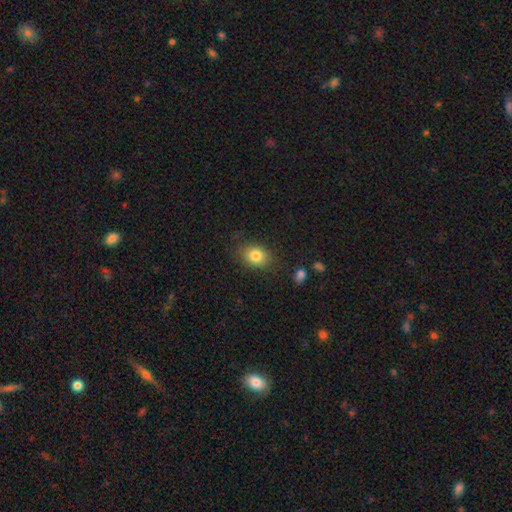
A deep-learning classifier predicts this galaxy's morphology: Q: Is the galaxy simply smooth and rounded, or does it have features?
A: smooth — 82%.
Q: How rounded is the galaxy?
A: in between — 56%.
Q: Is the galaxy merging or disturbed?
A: none — 82%.